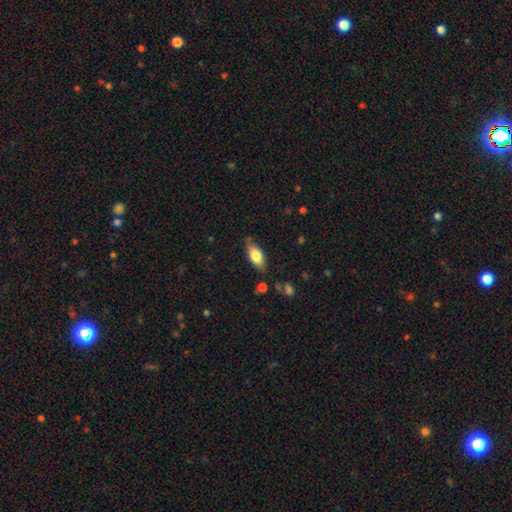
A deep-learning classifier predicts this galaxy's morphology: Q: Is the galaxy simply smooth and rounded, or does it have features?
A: smooth — 75%.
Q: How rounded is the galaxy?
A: in between — 84%.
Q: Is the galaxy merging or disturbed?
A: none — 75%.